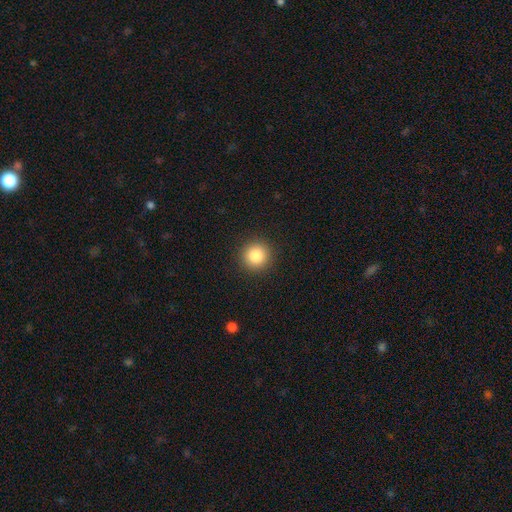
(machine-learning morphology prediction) This is clearly a smooth galaxy (85%). How rounded: clearly round (95%). Merging: clearly none (92%).